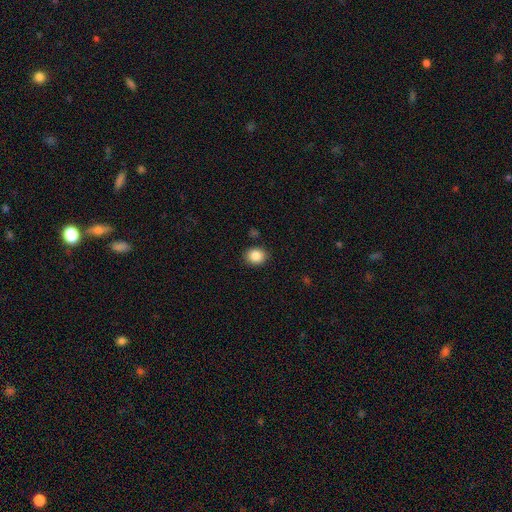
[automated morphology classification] This appears to be a smooth galaxy with no disk features (87%) that is round (66%). Merging: none (88%).